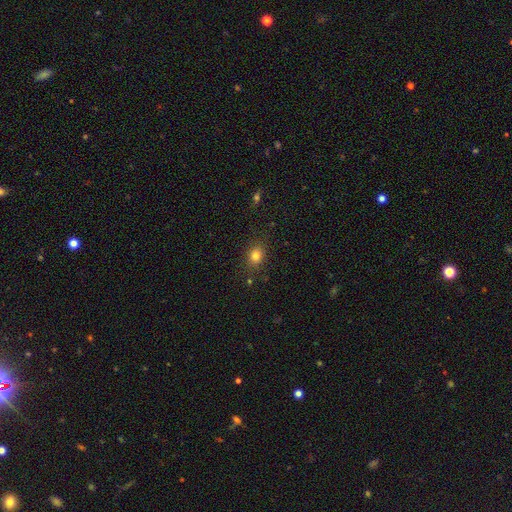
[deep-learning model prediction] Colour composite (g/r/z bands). It shows a smooth galaxy with no disk features (80%) that is in between round and cigar-shaped (52%). Merging: none (83%).